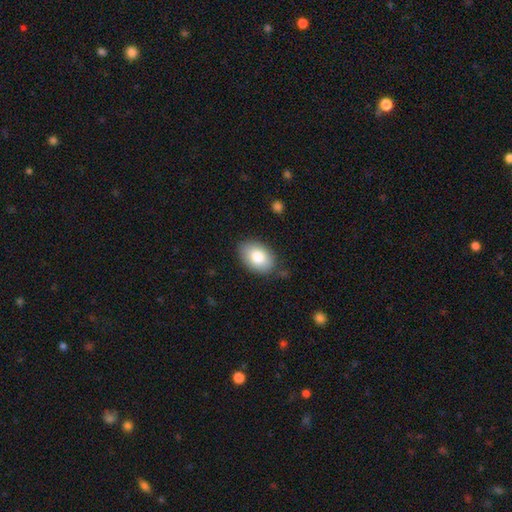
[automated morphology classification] Smooth or featured? Predicted: smooth (p=0.83). How rounded? Predicted: in between (p=0.87). Merging? Predicted: none (p=0.80).